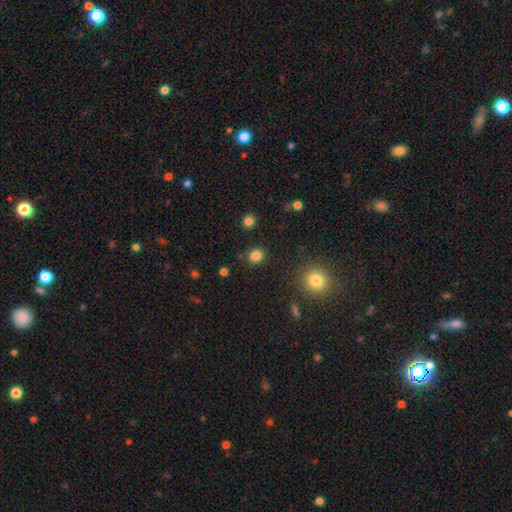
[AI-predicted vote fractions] Smooth or featured? Predicted: smooth (p=0.82). How rounded? Predicted: round (p=0.86). Merging? Predicted: none (p=0.88).